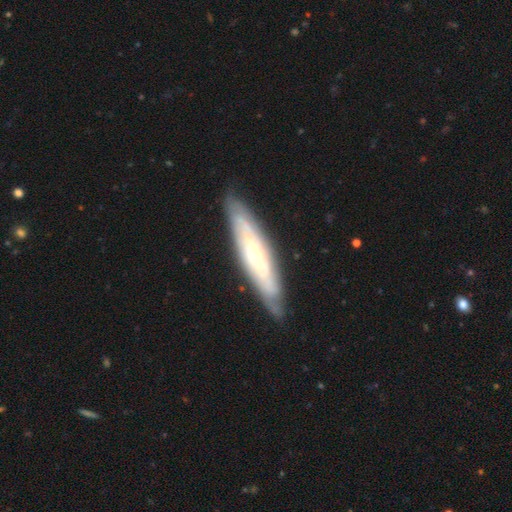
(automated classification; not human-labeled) Smooth or featured: featured or disk — 69% (smooth — 25%)
Edge-on disk: no — 51% (yes — 49%)
Merging: none — 82% (minor disturbance — 14%)